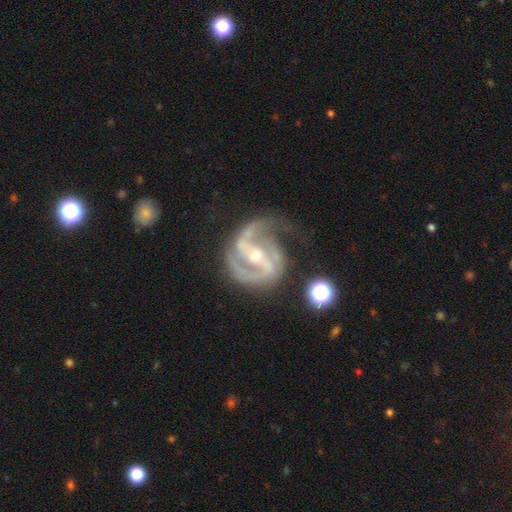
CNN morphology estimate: type=featured or disk (91%); edge-on=no (98%); bar=strong (48%); spiral arms=yes (97%); winding=medium (53%); arm count=2 (69%); bulge=moderate (51%); merging=none (52%).